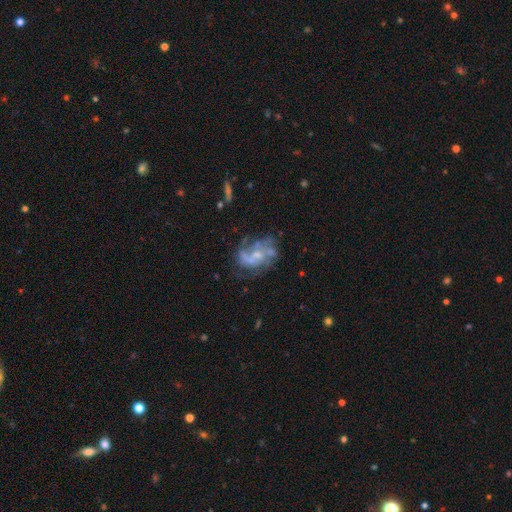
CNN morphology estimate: A featured or disk galaxy (71%) with no bar (71%), spiral arms (54%) and a small central bulge (45%). Merging: none (43%).